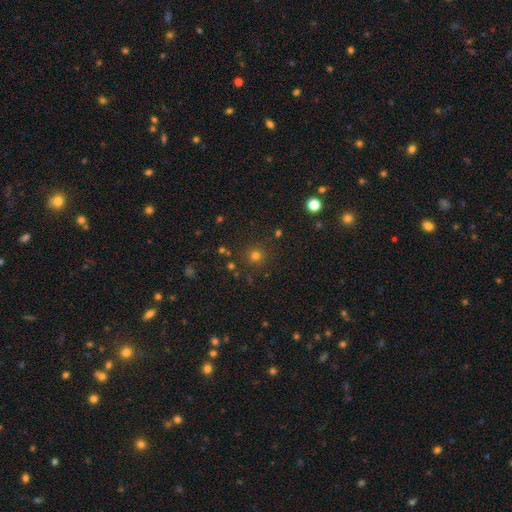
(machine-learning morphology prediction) A smooth galaxy with no disk features (72%) that is round (94%).

Vote fractions:
- Smooth or featured? smooth: 72% / star or artifact: 22% / featured or disk: 6%
- How rounded? round: 94% / in between: 5% / cigar-shaped: 1%
- Merging? none: 86% / minor disturbance: 8% / merger: 3% / major disturbance: 3%